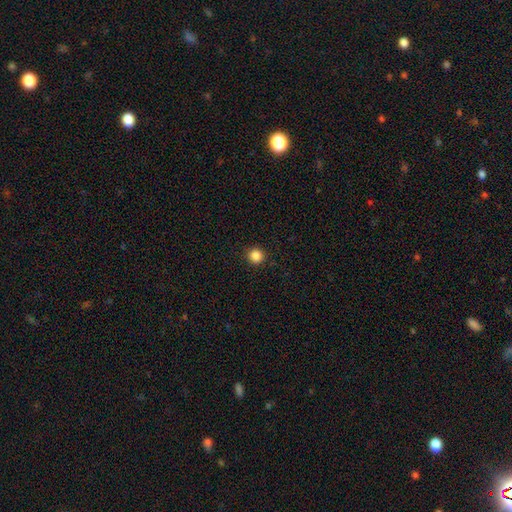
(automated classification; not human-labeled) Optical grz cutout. It shows a smooth galaxy with no disk features (86%) that is round (95%). Merging: none (93%).